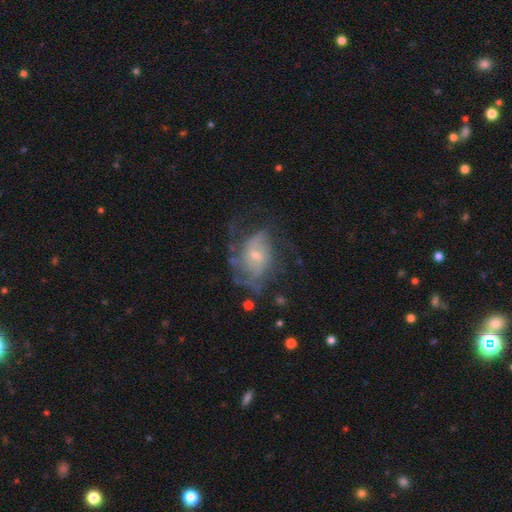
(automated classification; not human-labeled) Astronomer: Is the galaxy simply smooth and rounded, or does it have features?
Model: featured or disk — 74%.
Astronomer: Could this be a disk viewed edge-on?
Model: no — 97%.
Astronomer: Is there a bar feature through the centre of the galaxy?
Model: no — 57% (runner-up: weak, 37%).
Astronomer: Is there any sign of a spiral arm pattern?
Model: yes — 80%.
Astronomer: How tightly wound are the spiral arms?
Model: medium — 41% (runner-up: tight, 33%).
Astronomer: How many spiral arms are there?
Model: can't tell — 45% (runner-up: 2, 24%).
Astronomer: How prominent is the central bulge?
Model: small — 61%.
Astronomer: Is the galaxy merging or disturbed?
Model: none — 48% (runner-up: major disturbance, 27%).